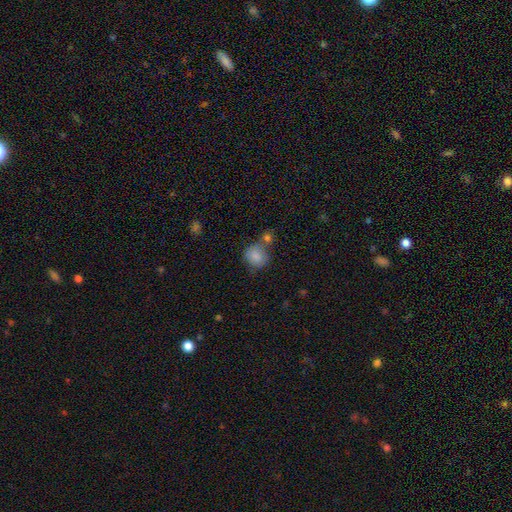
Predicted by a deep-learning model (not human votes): Smooth or featured? Predicted: smooth (p=0.84). How rounded? Predicted: round (p=0.74). Merging? Predicted: none (p=0.51).